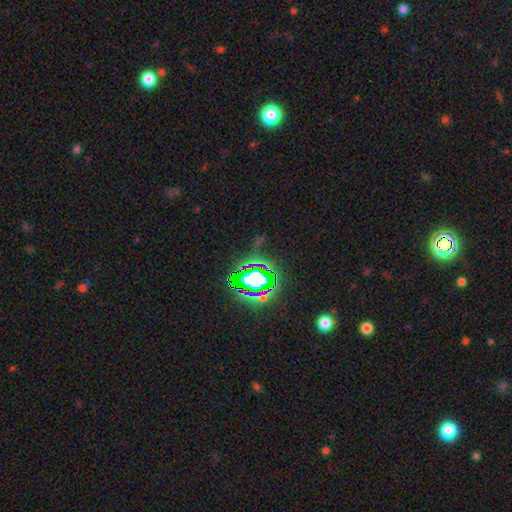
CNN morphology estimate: Smooth or featured? star or artifact (77%)